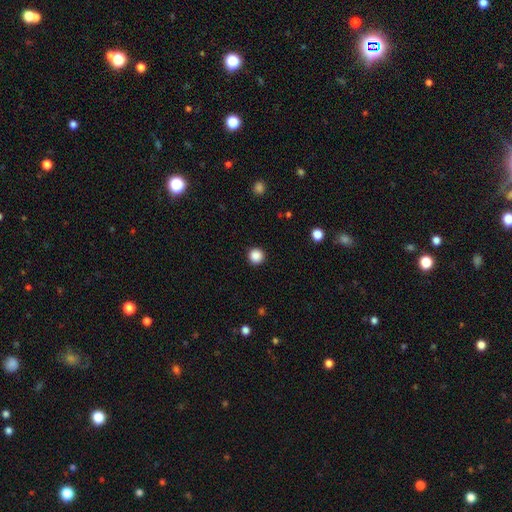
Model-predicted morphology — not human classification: This is clearly a smooth galaxy (87%). How rounded: clearly round (95%). Merging: clearly none (93%).